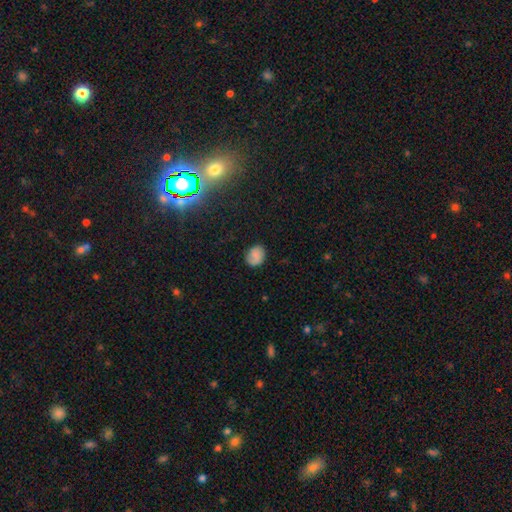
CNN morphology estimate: Smooth or featured?
  - smooth: 77% *
  - featured or disk: 12%
  - star or artifact: 10%
How rounded?
  - round: 53% *
  - in between: 46%
  - cigar-shaped: 1%
Merging?
  - none: 78% *
  - minor disturbance: 17%
  - major disturbance: 4%
  - merger: 1%